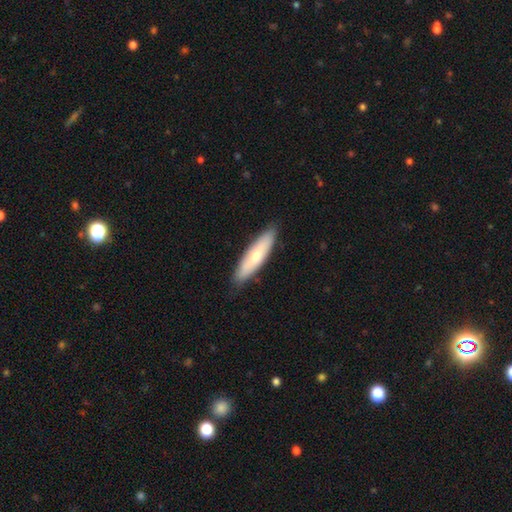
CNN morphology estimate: This appears to be a smooth galaxy with no disk features (64%) that is cigar-shaped (67%). Merging: none (86%).